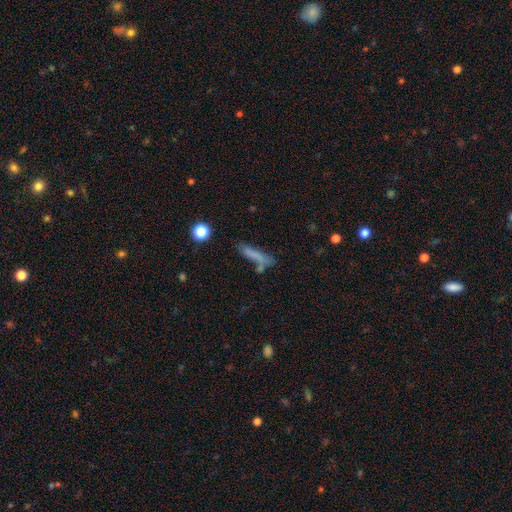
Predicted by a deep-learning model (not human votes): A smooth galaxy with no disk features (73%) that is cigar-shaped (82%).

Vote fractions:
- Smooth or featured? smooth: 73% / featured or disk: 17% / star or artifact: 10%
- How rounded? cigar-shaped: 82% / in between: 16% / round: 3%
- Merging? none: 61% / minor disturbance: 19% / merger: 13% / major disturbance: 7%